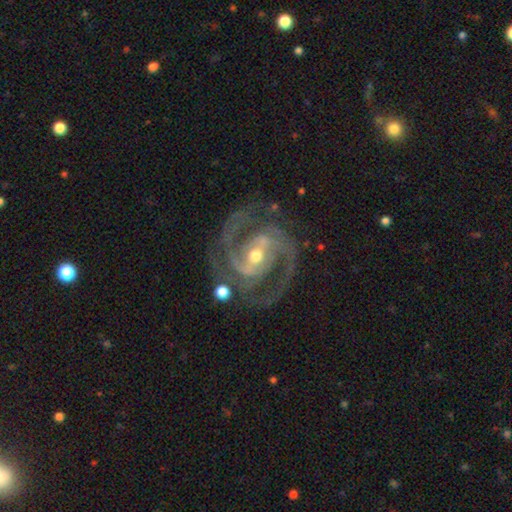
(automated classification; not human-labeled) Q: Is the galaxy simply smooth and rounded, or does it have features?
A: featured or disk — 93%.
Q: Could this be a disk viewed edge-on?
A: no — 98%.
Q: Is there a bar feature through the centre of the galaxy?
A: strong — 43%.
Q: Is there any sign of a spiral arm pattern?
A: yes — 98%.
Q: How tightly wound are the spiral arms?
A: medium — 56%.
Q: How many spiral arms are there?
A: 2 — 79%.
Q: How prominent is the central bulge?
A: moderate — 59%.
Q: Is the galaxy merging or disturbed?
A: none — 74%.